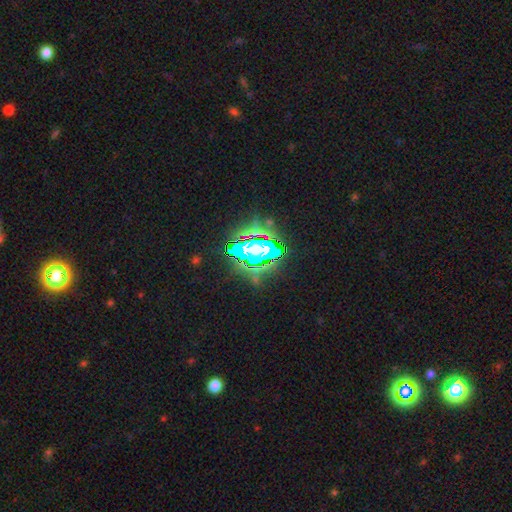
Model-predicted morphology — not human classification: Smooth or featured? star or artifact (74%)